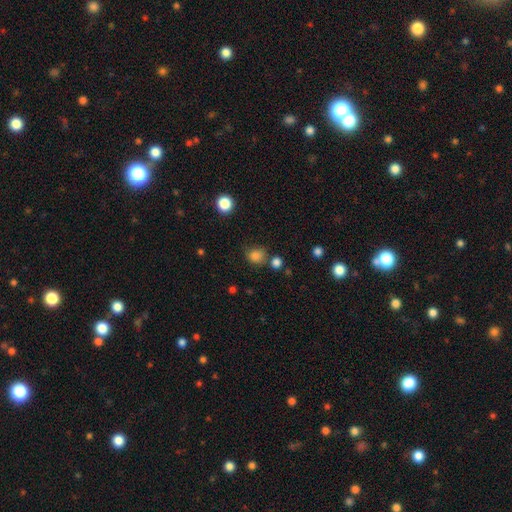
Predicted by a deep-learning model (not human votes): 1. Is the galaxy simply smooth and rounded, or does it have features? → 82% smooth, 13% star or artifact, 4% featured or disk.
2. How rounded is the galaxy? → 75% round, 24% in between, 1% cigar-shaped.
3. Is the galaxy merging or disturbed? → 68% none, 16% minor disturbance, 11% merger, 5% major disturbance.